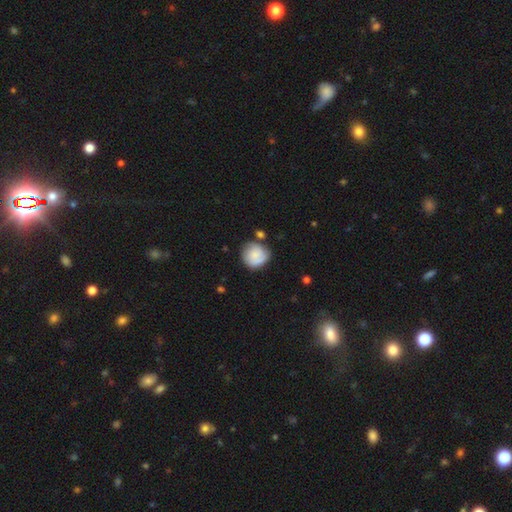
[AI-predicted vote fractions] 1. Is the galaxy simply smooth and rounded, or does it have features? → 67% smooth, 26% featured or disk, 8% star or artifact.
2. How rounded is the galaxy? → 87% round, 12% in between, 1% cigar-shaped.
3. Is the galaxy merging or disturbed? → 61% none, 24% minor disturbance, 8% merger, 7% major disturbance.